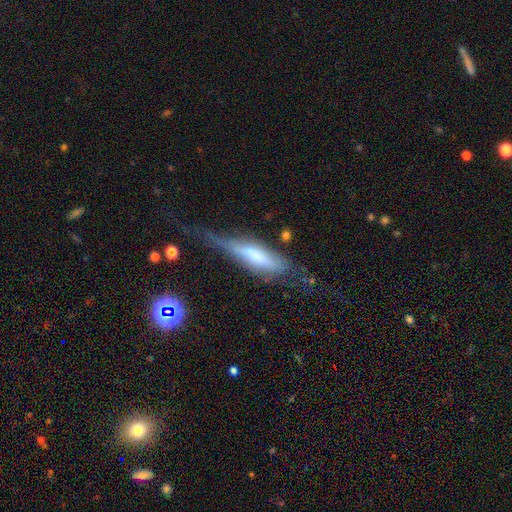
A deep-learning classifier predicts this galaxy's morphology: This appears to be a featured or disk galaxy (47%). Merging: none (36%).